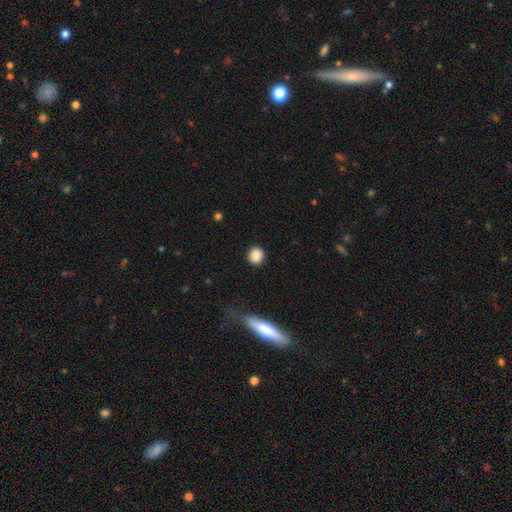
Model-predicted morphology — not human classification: Overall: smooth (88%). How rounded: round (86%). Merging: none (90%).